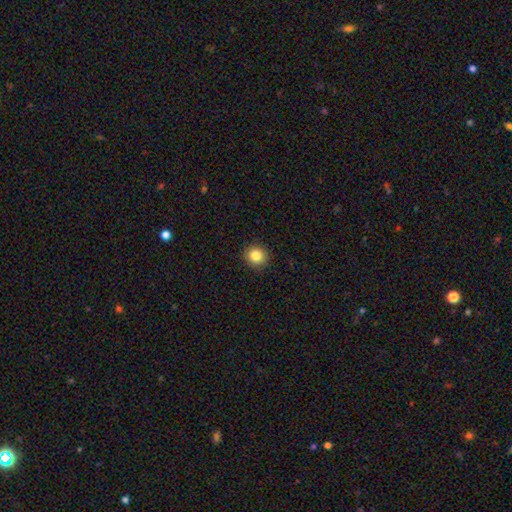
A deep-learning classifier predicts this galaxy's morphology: smooth 84%, star or artifact 10%, featured or disk 6%. Down the decision tree: how rounded — round (90%); merging — none (92%).